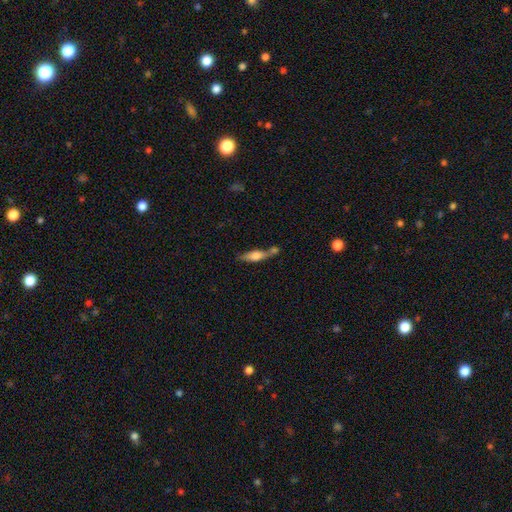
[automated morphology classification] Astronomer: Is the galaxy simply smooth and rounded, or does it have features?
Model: smooth — 50% (runner-up: featured or disk, 43%).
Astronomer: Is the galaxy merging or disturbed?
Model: none — 44% (runner-up: merger, 35%).